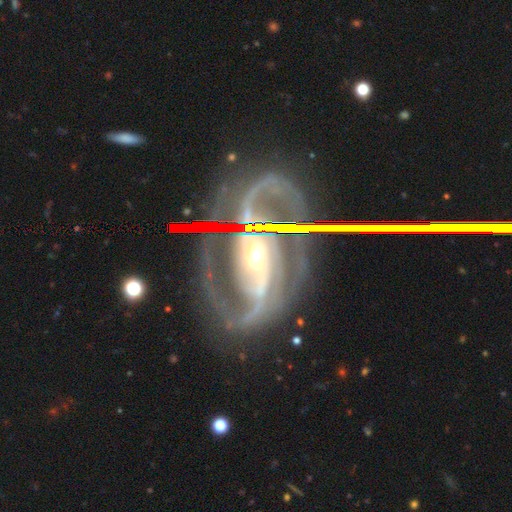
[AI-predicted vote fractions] Smooth or featured? Predicted: featured or disk (p=0.88). Edge-on disk? Predicted: no (p=0.96). Bar? Predicted: strong (p=0.52). Spiral arms? Predicted: yes (p=0.94). Spiral winding? Predicted: medium (p=0.50). Spiral arm count? Predicted: 2 (p=0.66). Bulge size? Predicted: moderate (p=0.54). Merging? Predicted: none (p=0.57).